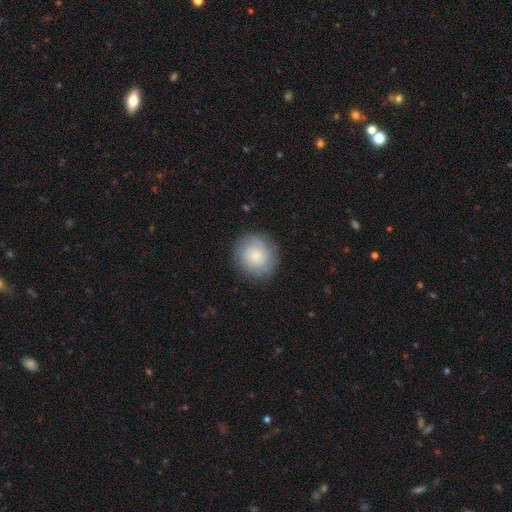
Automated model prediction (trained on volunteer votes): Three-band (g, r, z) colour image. It shows a smooth galaxy with no disk features (74%) that is round (89%). Merging: none (85%).